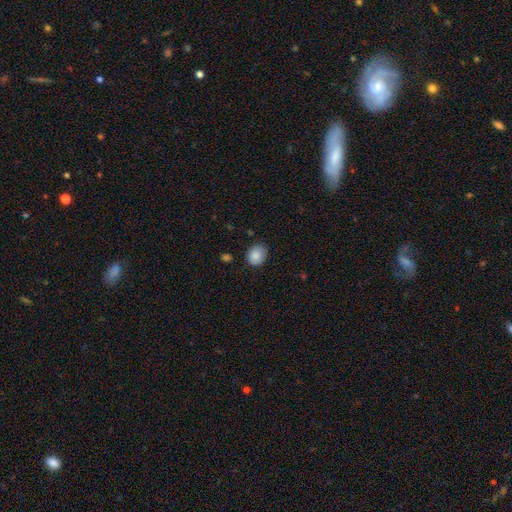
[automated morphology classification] Smooth or featured?
  - smooth: 85% *
  - star or artifact: 8%
  - featured or disk: 7%
How rounded?
  - round: 57% *
  - in between: 42%
  - cigar-shaped: 1%
Merging?
  - none: 75% *
  - minor disturbance: 20%
  - major disturbance: 3%
  - merger: 2%